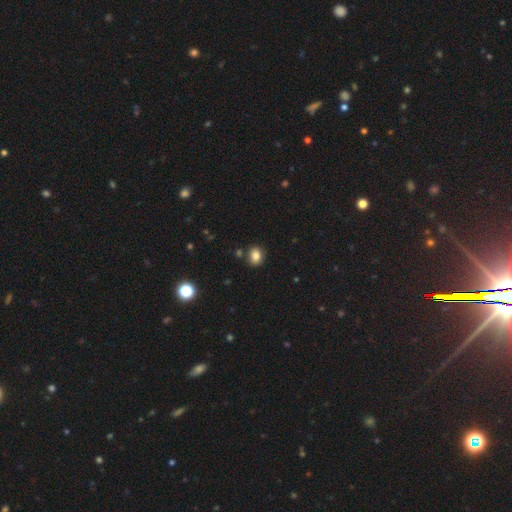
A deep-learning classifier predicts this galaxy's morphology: A smooth galaxy with no disk features (83%) that is round (50%). Merging: none (84%).